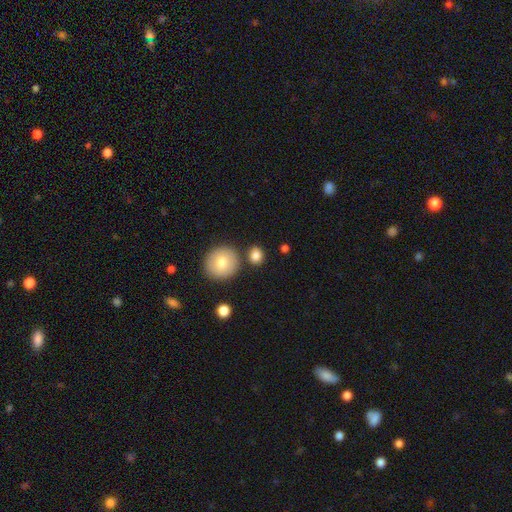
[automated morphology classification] Q: Smooth or featured?
A: smooth (84%); runner-up: star or artifact (9%)
Q: How rounded?
A: round (73%); runner-up: in between (26%)
Q: Merging?
A: none (77%); runner-up: minor disturbance (11%)